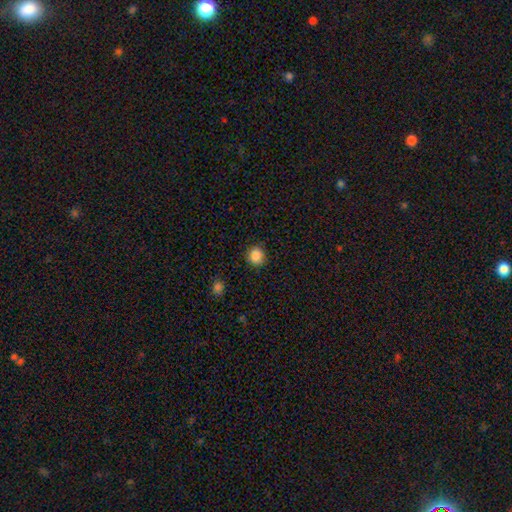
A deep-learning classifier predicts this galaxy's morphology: smooth 87%, star or artifact 10%, featured or disk 3%. Down the decision tree: how rounded — round (88%); merging — none (89%).